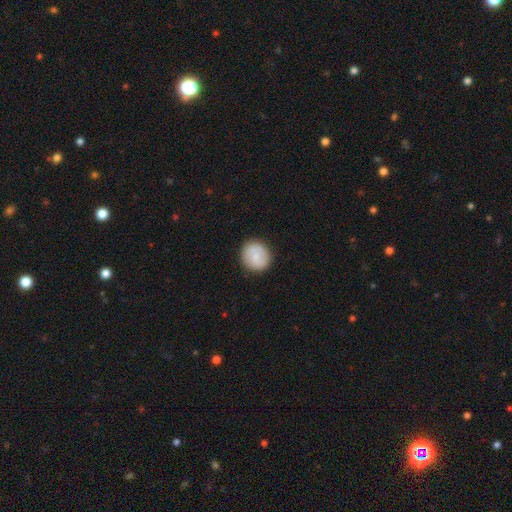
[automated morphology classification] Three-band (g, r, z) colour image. It shows a smooth galaxy with no disk features (69%) that is round (90%). Merging: none (89%).